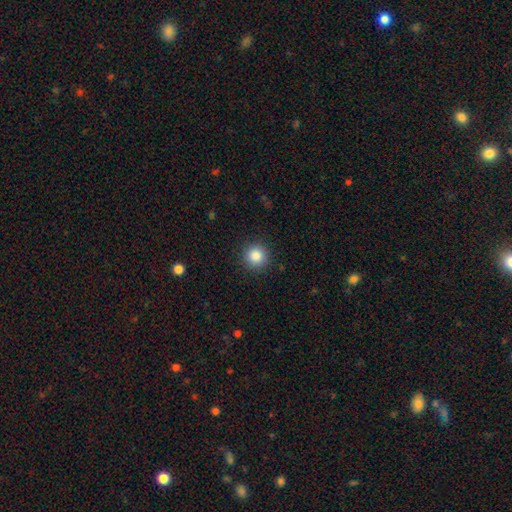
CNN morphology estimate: Smooth or featured: smooth — 86% (star or artifact — 10%)
How rounded: round — 95% (in between — 4%)
Merging: none — 91% (minor disturbance — 6%)